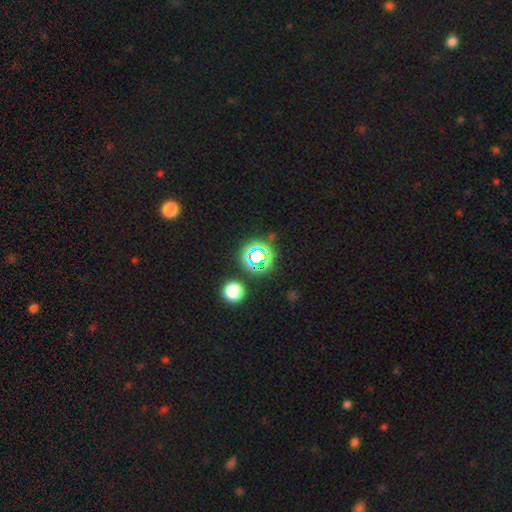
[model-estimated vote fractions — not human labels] This is likely a star or artifact rather than a galaxy (67%).